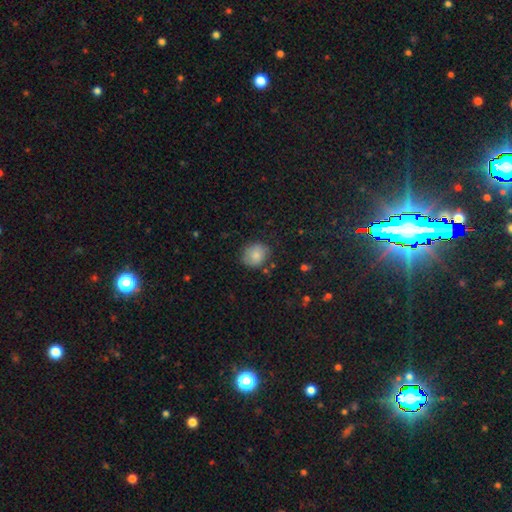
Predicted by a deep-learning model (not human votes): A smooth galaxy with no disk features (81%) that is round (74%).

Vote fractions:
- Smooth or featured? smooth: 81% / featured or disk: 11% / star or artifact: 9%
- How rounded? round: 74% / in between: 25% / cigar-shaped: 1%
- Merging? none: 76% / minor disturbance: 18% / major disturbance: 4% / merger: 2%